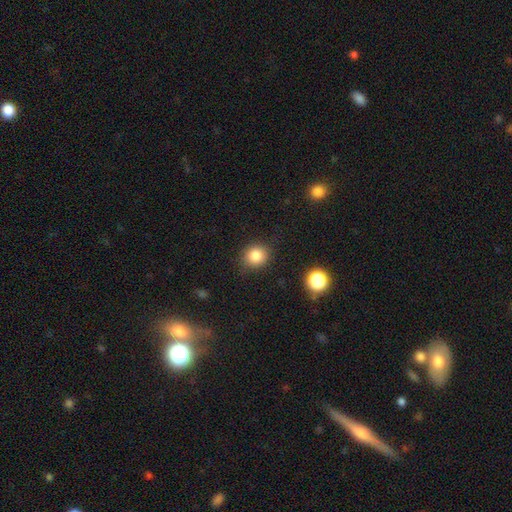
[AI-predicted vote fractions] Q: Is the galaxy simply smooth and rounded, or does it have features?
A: smooth — 83%.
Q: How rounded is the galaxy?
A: round — 77%.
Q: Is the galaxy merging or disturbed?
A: none — 86%.